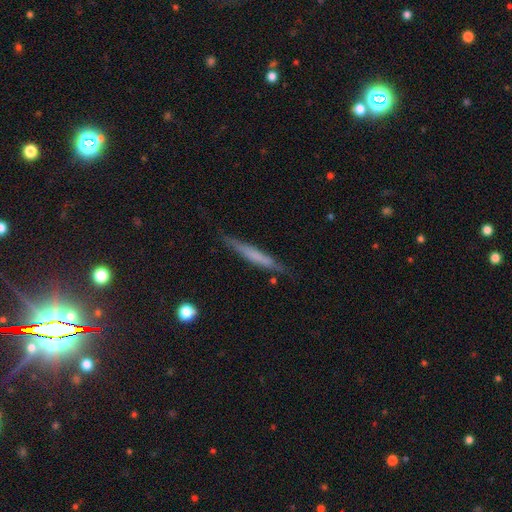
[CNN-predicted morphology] smooth_or_featured: smooth (p=0.53) [alt: featured or disk p=0.41]
how_rounded: cigar-shaped (p=0.95) [alt: in between p=0.04]
merging: none (p=0.83) [alt: minor disturbance p=0.13]